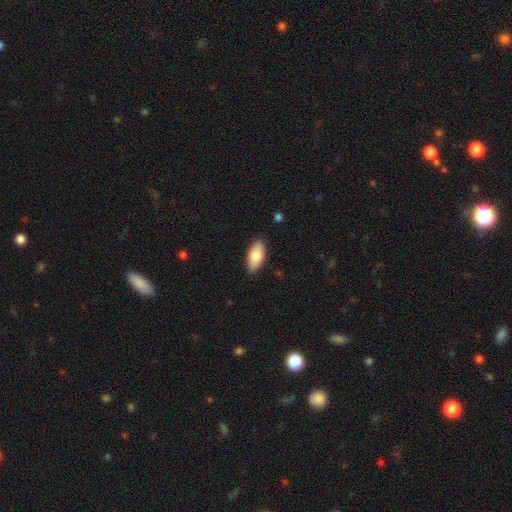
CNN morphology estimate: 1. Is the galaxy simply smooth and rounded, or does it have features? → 82% smooth, 12% featured or disk, 6% star or artifact.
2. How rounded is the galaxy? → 91% in between, 7% cigar-shaped, 2% round.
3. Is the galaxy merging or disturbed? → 88% none, 9% minor disturbance, 2% major disturbance, 1% merger.